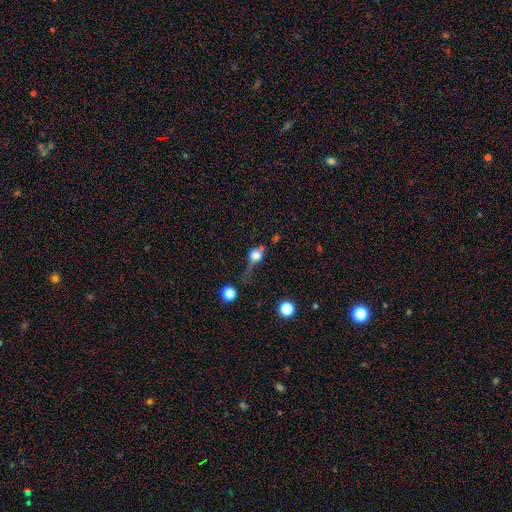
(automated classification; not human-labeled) A smooth galaxy with no disk features (66%) that is round (73%). Merging: none (32%).